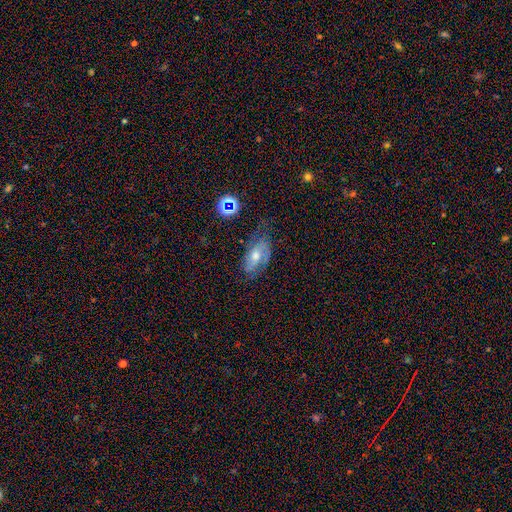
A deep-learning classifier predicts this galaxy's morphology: This is possibly a featured or disk galaxy (57%). It is clearly not viewed edge-on (89%). Bar: possibly no (59%). Spiral arm pattern: likely yes (80%). Central bulge: likely moderate (69%). Merging: possibly none (56%).